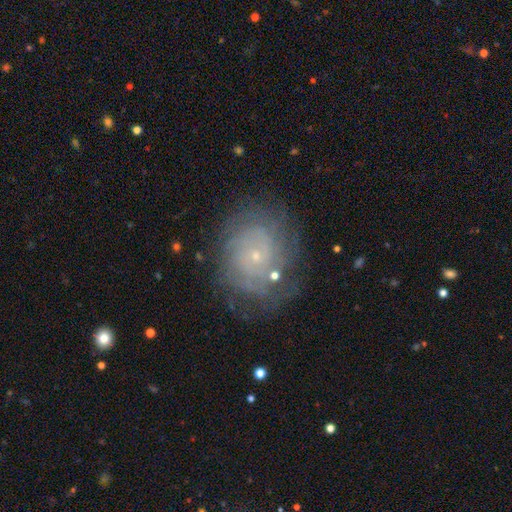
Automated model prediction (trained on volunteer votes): The model was most divided on "spiral arm count": can't tell: 50%, 2: 15%, 3: 11%, 4: 11%, more than 4: 8%, 1: 6%. More confident: edge-on disk — no (97%); bulge size — small (87%); spiral arms — yes (86%); bar — no (83%); spiral winding — tight (74%); merging — none (73%); smooth or featured — featured or disk (70%).